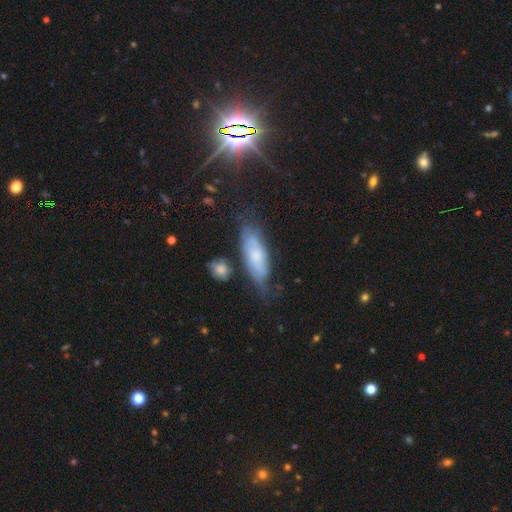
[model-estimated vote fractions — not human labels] This appears to be a smooth galaxy with no disk features (48%). Merging: none (57%).